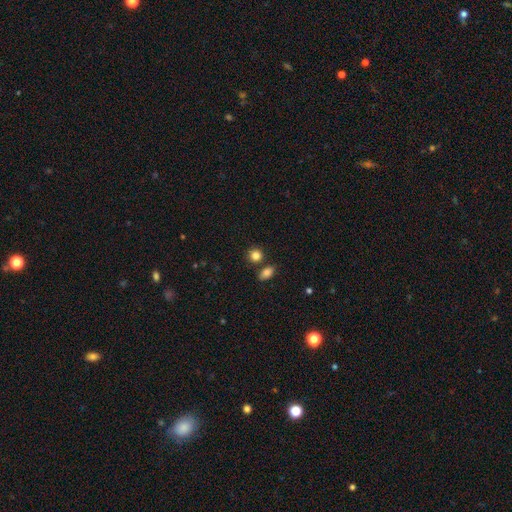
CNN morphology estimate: The model was most divided on "merging": none: 73%, merger: 15%, minor disturbance: 10%, major disturbance: 3%. More confident: smooth or featured — smooth (84%); how rounded — round (79%).